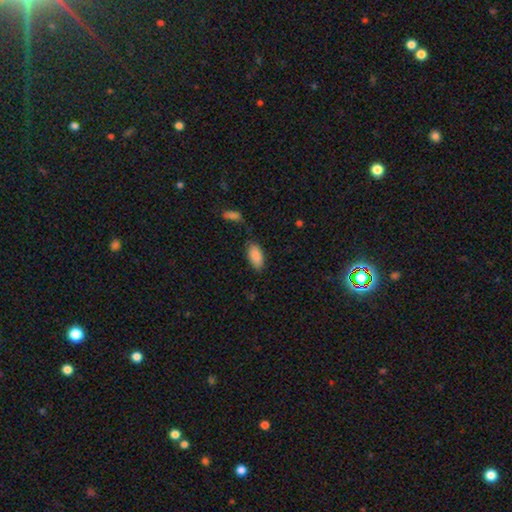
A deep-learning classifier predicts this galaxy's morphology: smooth_or_featured: smooth (p=0.89) [alt: star or artifact p=0.07]
how_rounded: in between (p=0.93) [alt: cigar-shaped p=0.05]
merging: none (p=0.75) [alt: minor disturbance p=0.17]